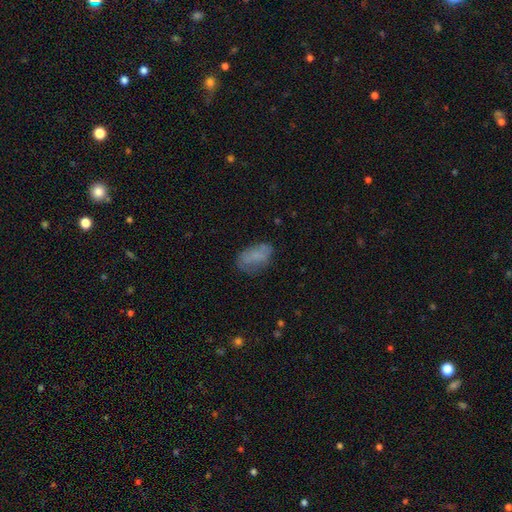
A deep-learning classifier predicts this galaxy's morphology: The model was most divided on "merging": none: 64%, minor disturbance: 24%, major disturbance: 10%, merger: 2%. More confident: how rounded — in between (91%); smooth or featured — smooth (72%).